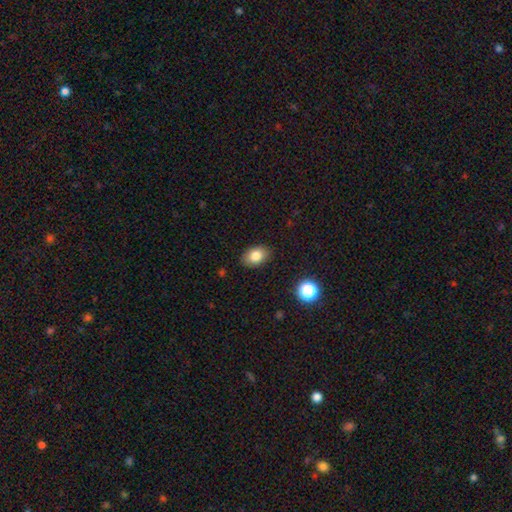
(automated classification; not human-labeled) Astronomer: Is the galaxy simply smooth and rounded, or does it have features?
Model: smooth — 82%.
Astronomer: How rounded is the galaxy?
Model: in between — 81%.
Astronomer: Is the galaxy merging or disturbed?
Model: none — 87%.